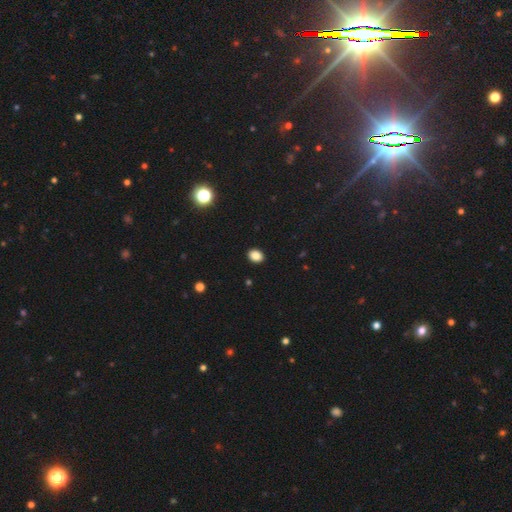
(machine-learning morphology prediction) The model was most divided on "how rounded": in between: 56%, round: 44%, cigar-shaped: 1%. More confident: merging — none (91%); smooth or featured — smooth (86%).